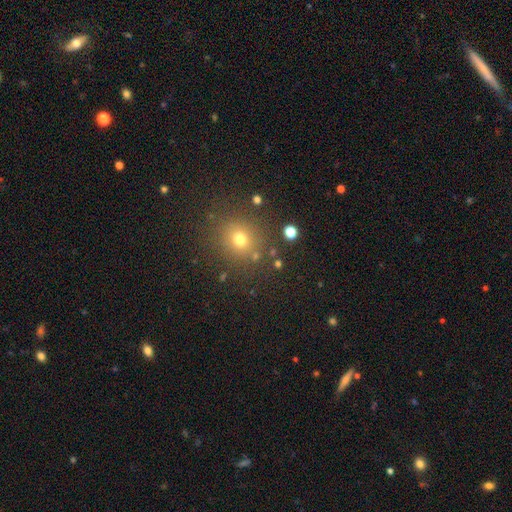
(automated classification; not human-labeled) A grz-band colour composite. It shows a smooth galaxy with no disk features (65%) that is round (87%). Merging: none (84%).